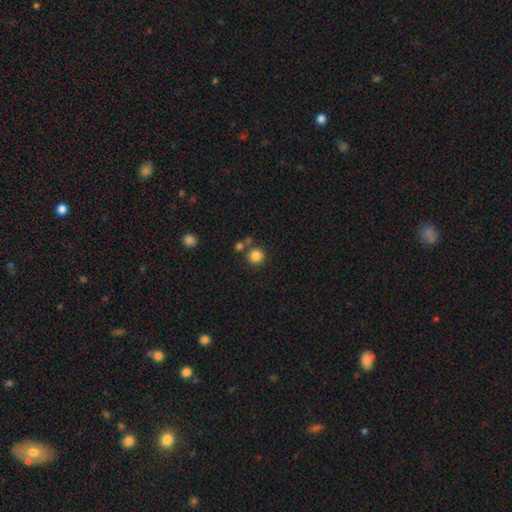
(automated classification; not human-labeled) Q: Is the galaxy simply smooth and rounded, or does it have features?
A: smooth — 84%.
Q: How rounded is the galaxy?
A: round — 93%.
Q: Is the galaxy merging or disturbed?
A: none — 76%.